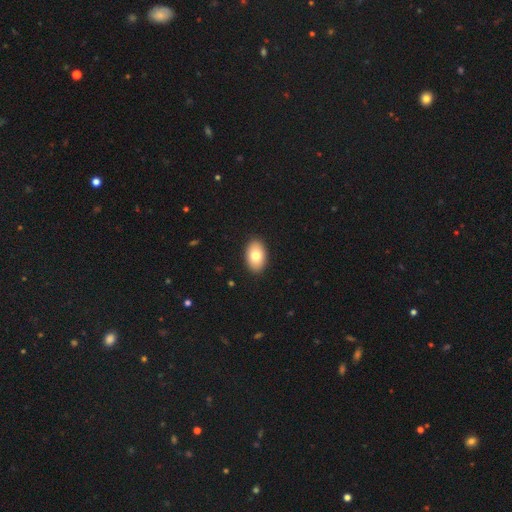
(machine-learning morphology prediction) type=smooth (78%); roundness=in between (91%); merging=none (91%).